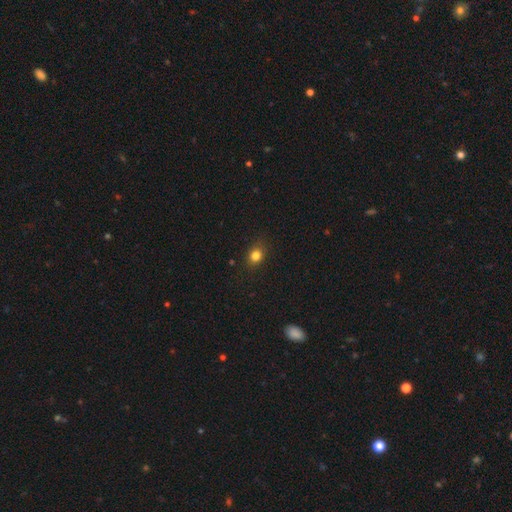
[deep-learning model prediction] smooth_or_featured: smooth (p=0.82) [alt: star or artifact p=0.13]
how_rounded: round (p=0.56) [alt: in between p=0.43]
merging: none (p=0.85) [alt: minor disturbance p=0.11]